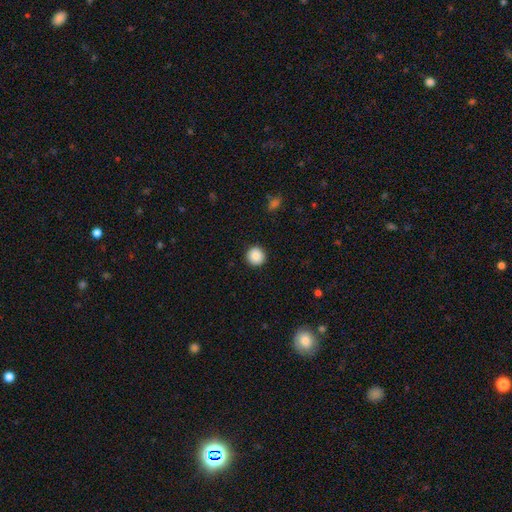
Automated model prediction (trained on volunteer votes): Smooth or featured: smooth — 88% (star or artifact — 8%)
How rounded: round — 95% (in between — 4%)
Merging: none — 92% (minor disturbance — 5%)